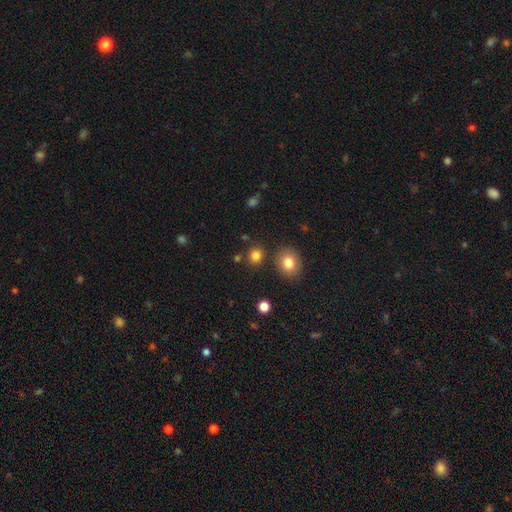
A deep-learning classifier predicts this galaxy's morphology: Overall: smooth (82%). How rounded: round (79%). Merging: none (80%).